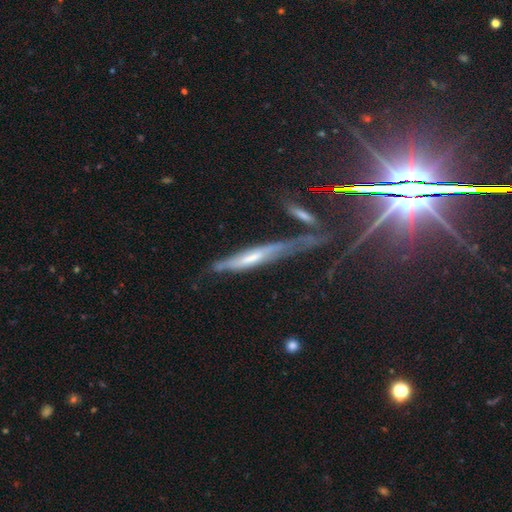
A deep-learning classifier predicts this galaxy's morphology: The model was most divided on "smooth or featured": featured or disk: 54%, smooth: 31%, star or artifact: 15%. More confident: edge-on disk — yes (80%); merging — none (55%).